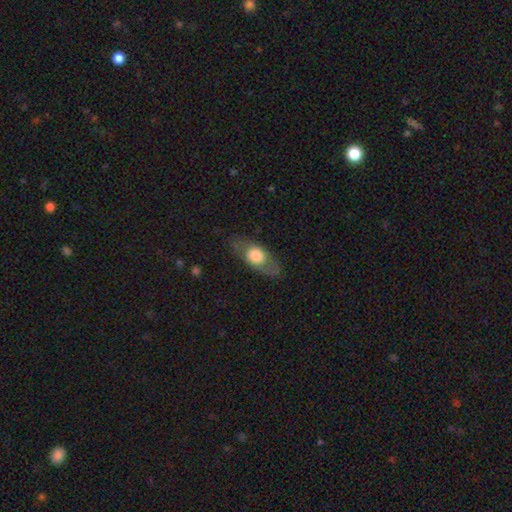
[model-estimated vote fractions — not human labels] This is possibly a smooth galaxy (58%). How rounded: likely in between (74%). Merging: likely none (75%).